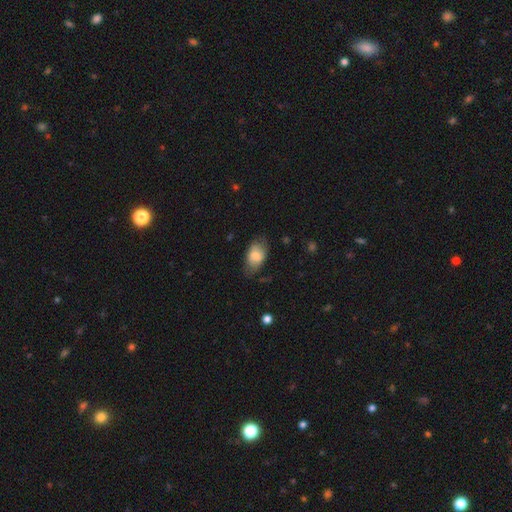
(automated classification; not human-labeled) A smooth galaxy with no disk features (74%) that is in between round and cigar-shaped (90%).

Vote fractions:
- Smooth or featured? smooth: 74% / featured or disk: 19% / star or artifact: 7%
- How rounded? in between: 90% / round: 8% / cigar-shaped: 2%
- Merging? none: 67% / minor disturbance: 25% / major disturbance: 7% / merger: 1%